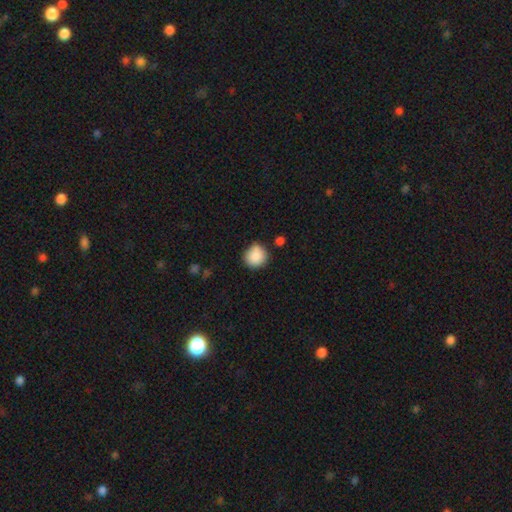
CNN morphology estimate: Smooth or featured? smooth (88%)
How rounded? round (89%)
Merging? none (74%)